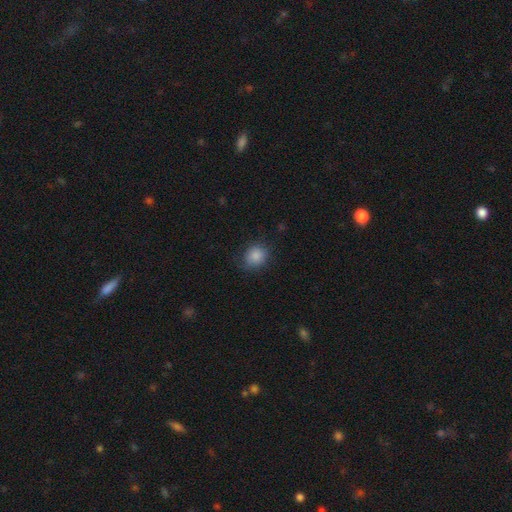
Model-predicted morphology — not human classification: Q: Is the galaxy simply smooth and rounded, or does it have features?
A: smooth — 87%.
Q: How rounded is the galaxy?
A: round — 75%.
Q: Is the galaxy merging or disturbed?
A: none — 78%.